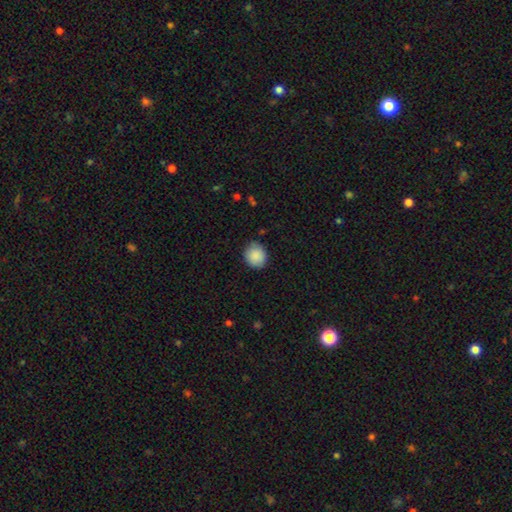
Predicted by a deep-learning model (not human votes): Smooth or featured: smooth — 89% (star or artifact — 7%)
How rounded: round — 75% (in between — 24%)
Merging: none — 82% (minor disturbance — 14%)